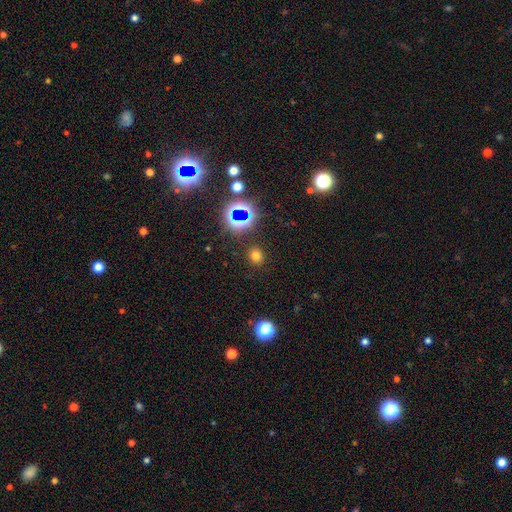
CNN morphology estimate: smooth_or_featured: smooth (p=0.68) [alt: star or artifact p=0.25]
how_rounded: round (p=0.81) [alt: in between p=0.17]
merging: none (p=0.88) [alt: minor disturbance p=0.07]